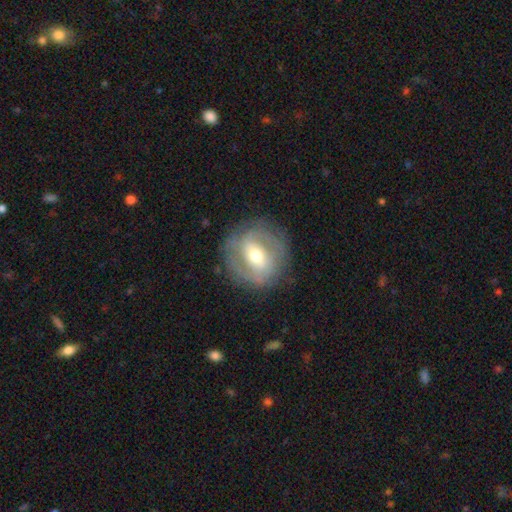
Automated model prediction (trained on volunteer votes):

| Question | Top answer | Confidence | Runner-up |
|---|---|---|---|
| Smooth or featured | featured or disk | 70% | smooth (23%) |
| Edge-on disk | no | 95% | yes (5%) |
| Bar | weak | 41% | strong (38%) |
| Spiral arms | yes | 71% | no (29%) |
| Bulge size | moderate | 69% | small (23%) |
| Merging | none | 81% | minor disturbance (12%) |